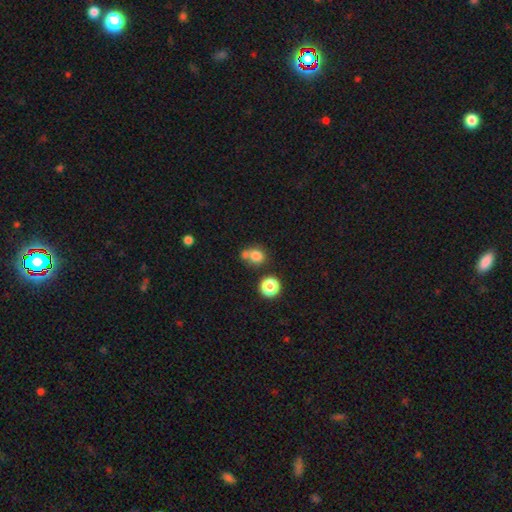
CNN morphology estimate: Overall: smooth (77%). How rounded: round (72%). Merging: none (47%; merger 35%).